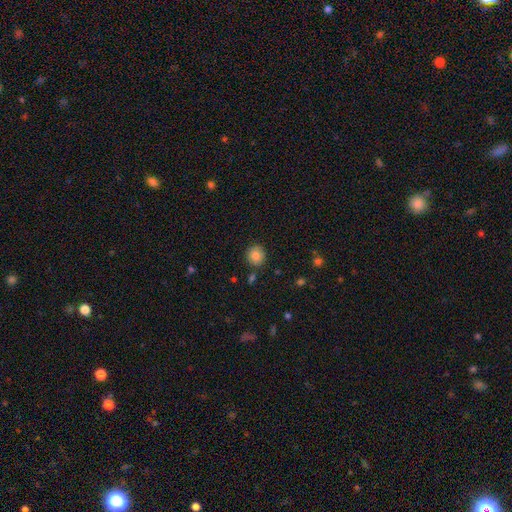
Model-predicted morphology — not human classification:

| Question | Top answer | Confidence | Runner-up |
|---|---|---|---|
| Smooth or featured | smooth | 84% | star or artifact (10%) |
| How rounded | round | 89% | in between (10%) |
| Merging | none | 86% | minor disturbance (8%) |